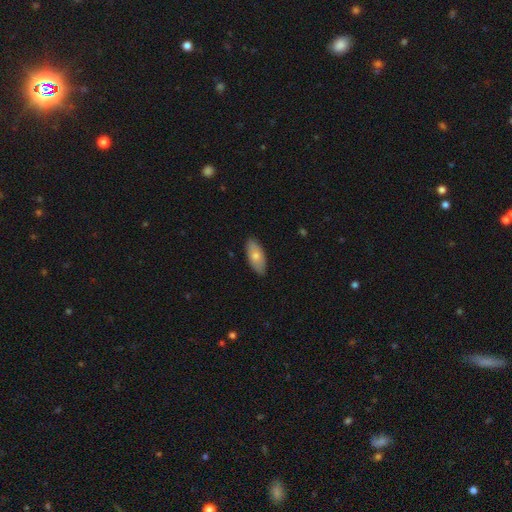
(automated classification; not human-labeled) Overall: smooth (75%). How rounded: in between (87%). Merging: none (86%).